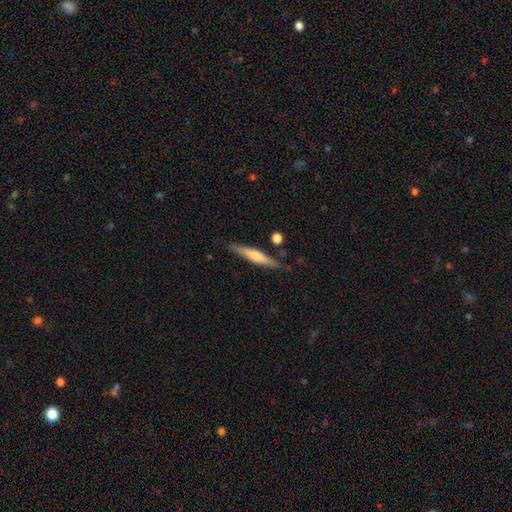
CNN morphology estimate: A featured or disk galaxy (50%). Merging: none (84%).